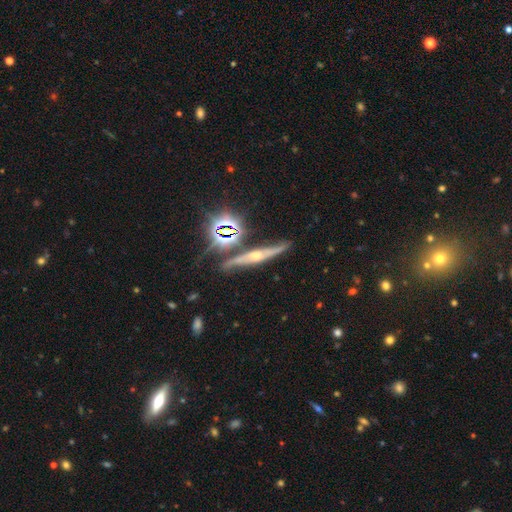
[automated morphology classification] Smooth or featured? featured or disk (64%)
Edge-on disk? yes (89%)
Edge-on bulge? rounded (89%)
Merging? none (76%)